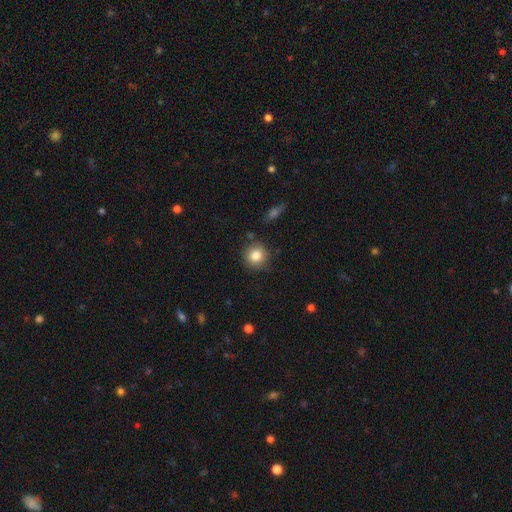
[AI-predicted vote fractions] The model was most divided on "smooth or featured": smooth: 83%, star or artifact: 10%, featured or disk: 8%. More confident: how rounded — round (91%); merging — none (84%).